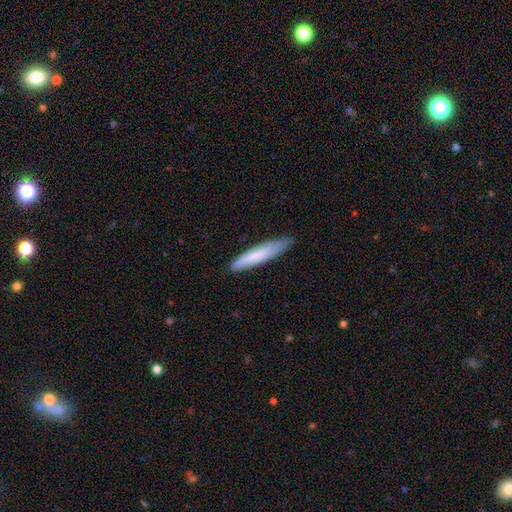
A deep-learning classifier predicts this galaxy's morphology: Smooth or featured: smooth — 72% (featured or disk — 22%)
How rounded: cigar-shaped — 90% (in between — 9%)
Merging: none — 77% (minor disturbance — 19%)